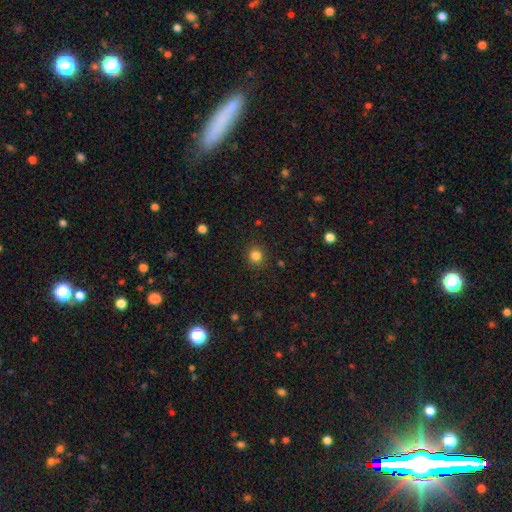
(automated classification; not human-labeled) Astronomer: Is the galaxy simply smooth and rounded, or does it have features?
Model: smooth — 83%.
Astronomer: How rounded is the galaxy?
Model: round — 90%.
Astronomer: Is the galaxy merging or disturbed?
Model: none — 90%.